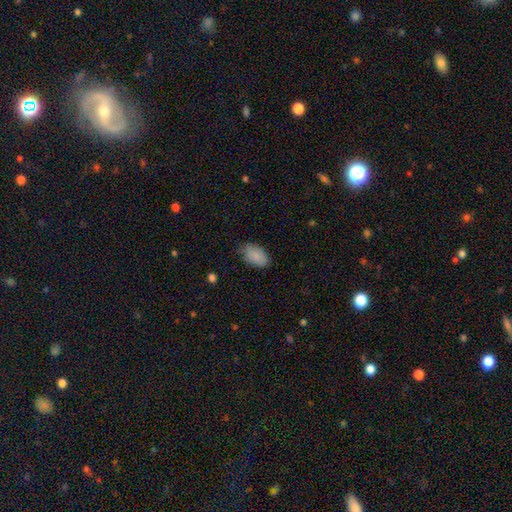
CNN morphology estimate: This appears to be a smooth galaxy with no disk features (87%) that is in between round and cigar-shaped (92%). Merging: none (72%).